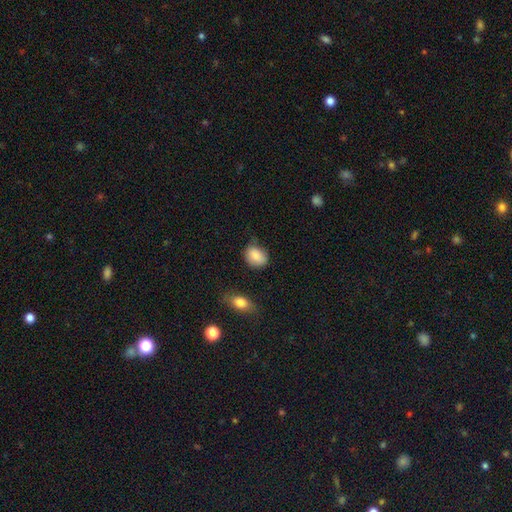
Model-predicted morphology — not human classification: A smooth galaxy with no disk features (85%) that is in between round and cigar-shaped (62%). Merging: none (65%).